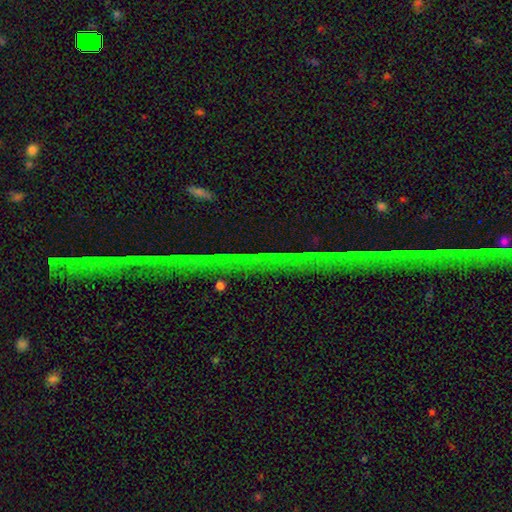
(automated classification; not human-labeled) Smooth or featured?
  - star or artifact: 70% *
  - featured or disk: 16%
  - smooth: 13%